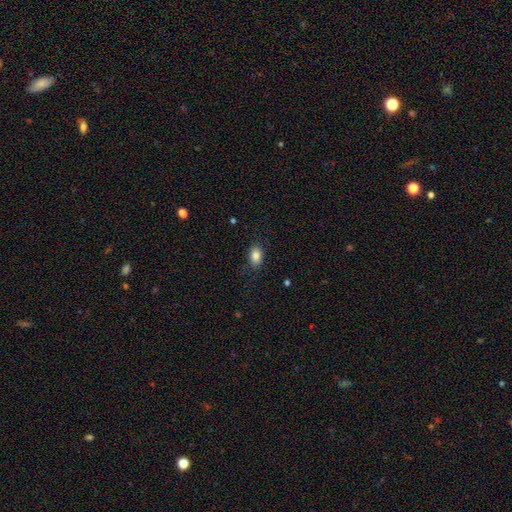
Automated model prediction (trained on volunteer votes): Overall: smooth (86%). How rounded: in between (85%). Merging: none (83%).